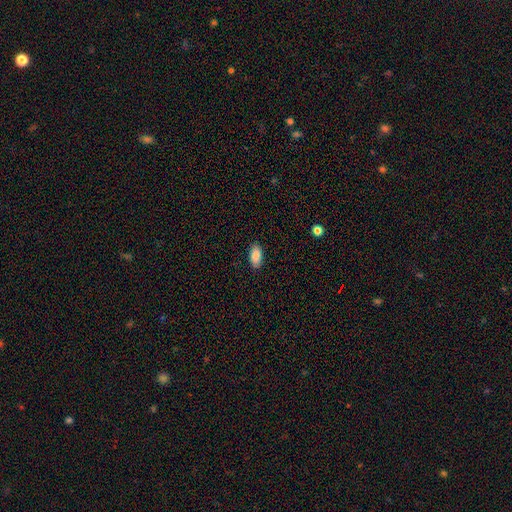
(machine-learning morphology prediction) smooth-or-featured: smooth: 88% | star or artifact: 7% | featured or disk: 5%
  how-rounded: in between: 92% | cigar-shaped: 5% | round: 3%
  merging: none: 88% | minor disturbance: 9% | major disturbance: 2% | merger: 1%